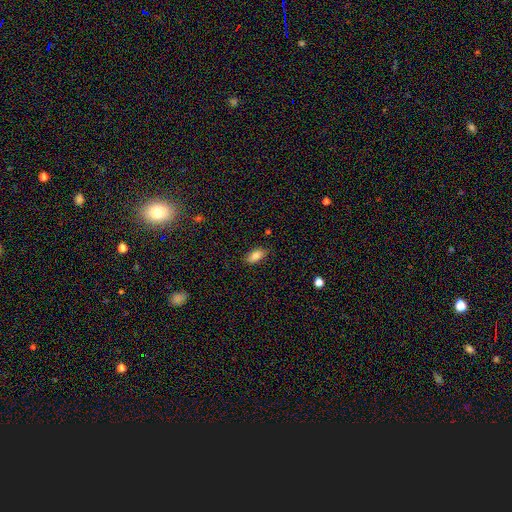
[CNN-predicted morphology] Smooth or featured? Predicted: smooth (p=0.82). How rounded? Predicted: in between (p=0.89). Merging? Predicted: none (p=0.84).